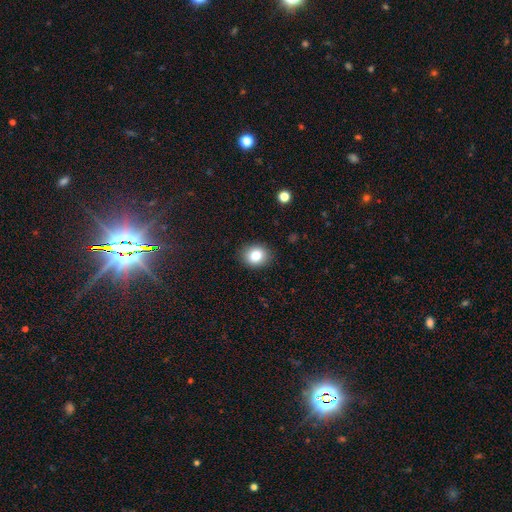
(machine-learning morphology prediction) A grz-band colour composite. It shows a smooth galaxy with no disk features (84%) that is round (60%). Merging: none (87%).